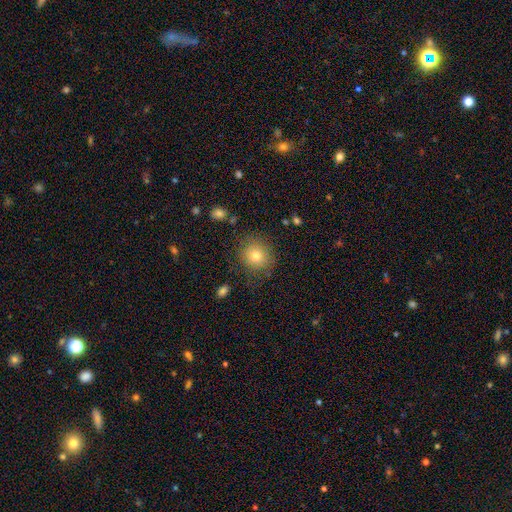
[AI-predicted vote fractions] This appears to be a smooth galaxy with no disk features (77%) that is round (85%). Merging: none (82%).